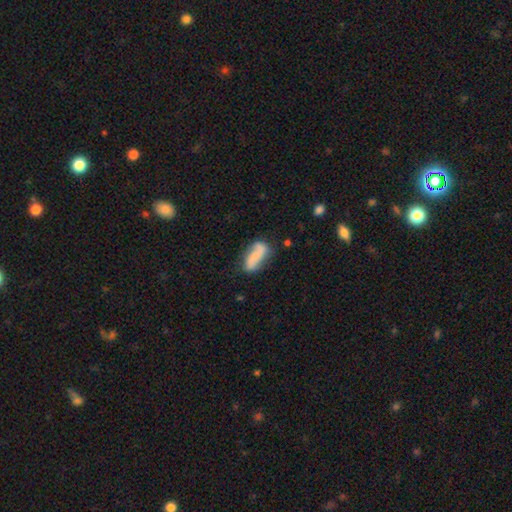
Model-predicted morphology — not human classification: Smooth or featured?
  - featured or disk: 49% *
  - smooth: 44%
  - star or artifact: 7%
Merging?
  - none: 62% *
  - minor disturbance: 24%
  - major disturbance: 8%
  - merger: 6%